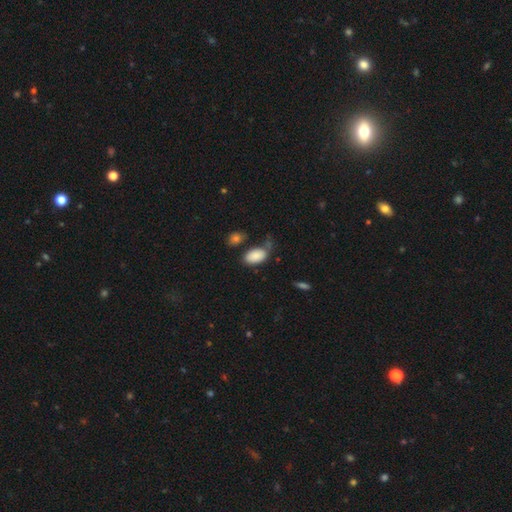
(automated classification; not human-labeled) Overall: smooth (87%). How rounded: in between (94%). Merging: none (55%; minor disturbance 23%).